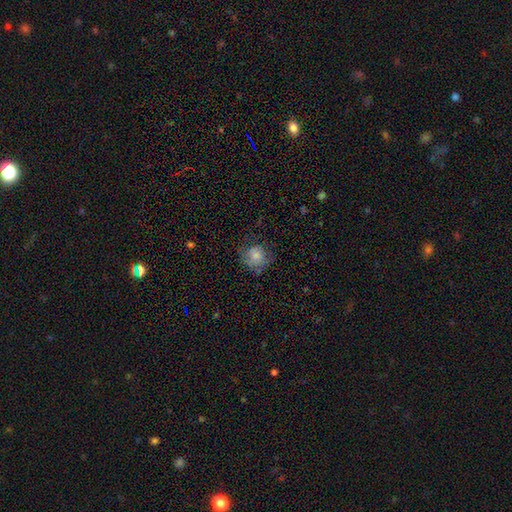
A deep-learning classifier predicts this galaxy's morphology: Smooth or featured?
  - smooth: 76% *
  - featured or disk: 15%
  - star or artifact: 10%
How rounded?
  - round: 84% *
  - in between: 15%
  - cigar-shaped: 1%
Merging?
  - none: 63% *
  - minor disturbance: 24%
  - major disturbance: 12%
  - merger: 2%